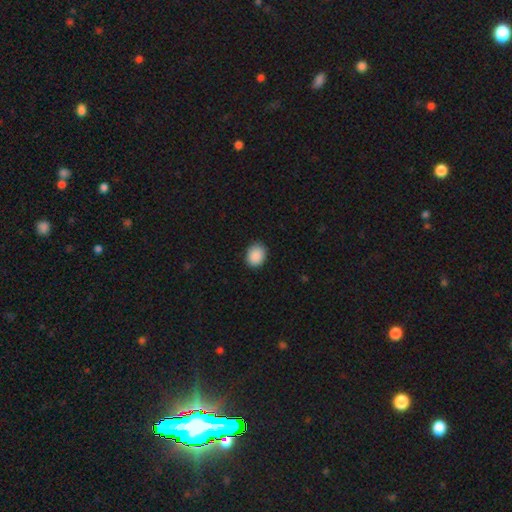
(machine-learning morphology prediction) Smooth or featured? smooth (90%)
How rounded? in between (52%)
Merging? none (88%)